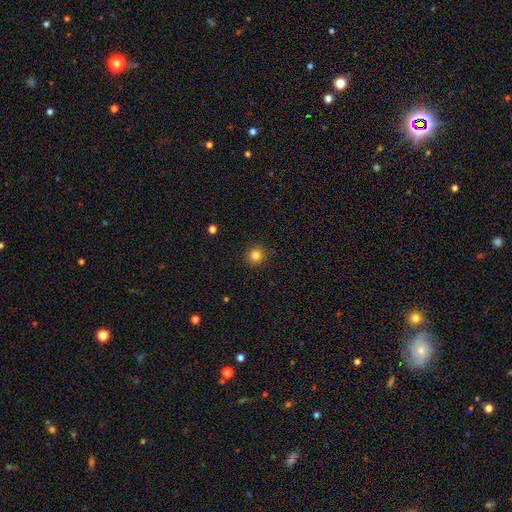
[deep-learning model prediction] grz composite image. It shows a smooth galaxy with no disk features (83%) that is round (95%). Merging: none (91%).